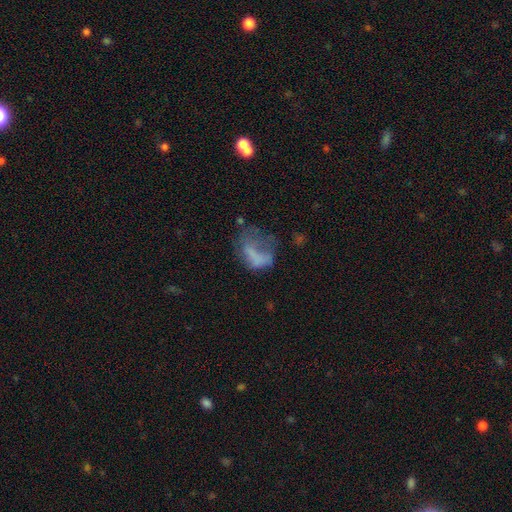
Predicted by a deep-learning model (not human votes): This is possibly a smooth galaxy (52%). How rounded: likely in between (71%). Merging: possibly major disturbance (49%).